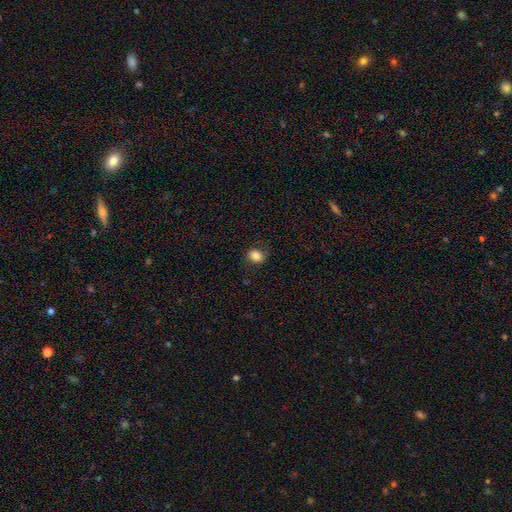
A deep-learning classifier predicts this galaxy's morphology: smooth-or-featured: smooth: 84% | star or artifact: 10% | featured or disk: 6%
  how-rounded: in between: 57% | round: 42% | cigar-shaped: 1%
  merging: none: 81% | minor disturbance: 14% | major disturbance: 4% | merger: 1%